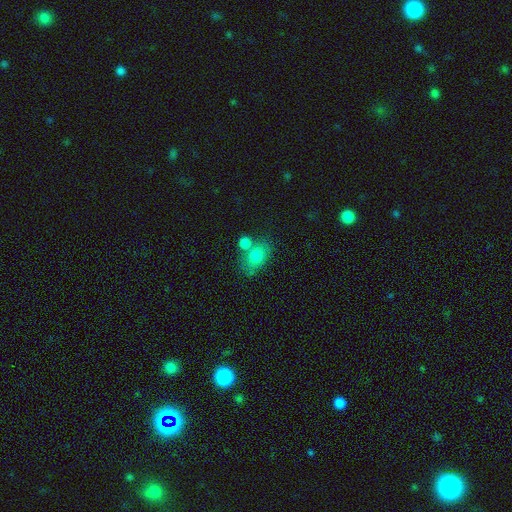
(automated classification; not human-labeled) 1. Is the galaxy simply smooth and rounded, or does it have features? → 78% smooth, 13% featured or disk, 9% star or artifact.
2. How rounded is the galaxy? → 72% in between, 27% round, 2% cigar-shaped.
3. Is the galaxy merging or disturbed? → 50% none, 29% merger, 15% minor disturbance, 6% major disturbance.